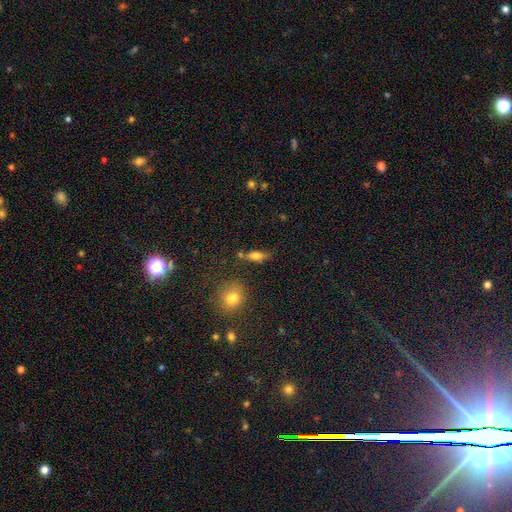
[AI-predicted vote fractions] Smooth or featured: smooth — 61% (featured or disk — 28%)
How rounded: in between — 60% (cigar-shaped — 32%)
Merging: none — 69% (minor disturbance — 17%)